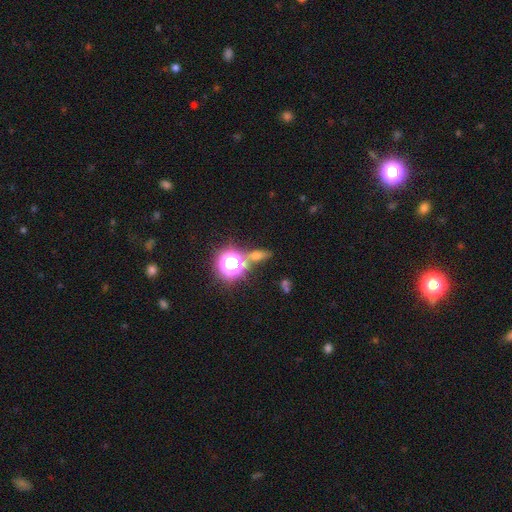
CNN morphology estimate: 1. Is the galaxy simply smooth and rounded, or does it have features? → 46% smooth, 36% star or artifact, 18% featured or disk.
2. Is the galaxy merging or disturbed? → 68% none, 15% merger, 11% minor disturbance, 6% major disturbance.